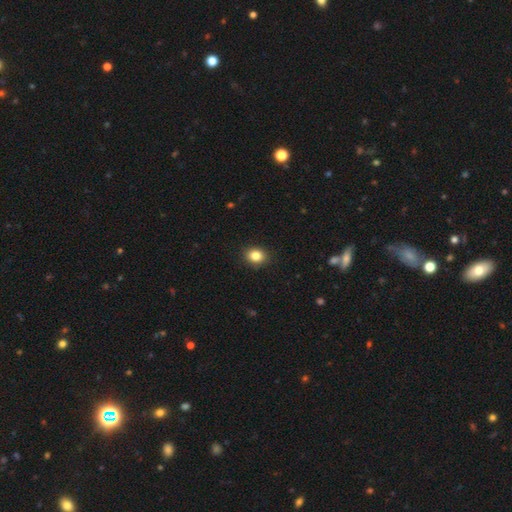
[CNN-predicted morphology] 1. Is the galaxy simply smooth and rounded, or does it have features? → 84% smooth, 10% star or artifact, 6% featured or disk.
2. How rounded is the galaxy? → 58% round, 42% in between, 1% cigar-shaped.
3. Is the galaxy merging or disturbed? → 90% none, 7% minor disturbance, 2% major disturbance, 1% merger.